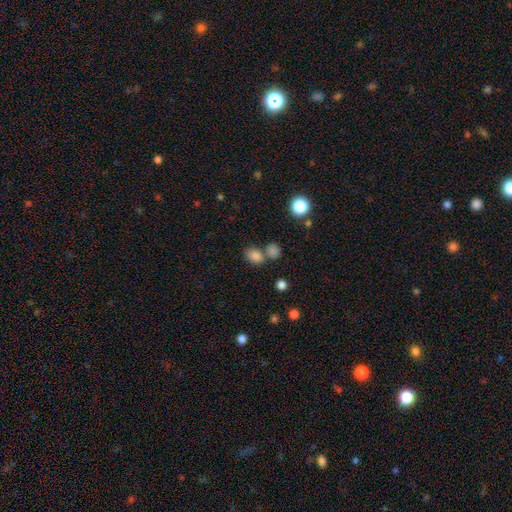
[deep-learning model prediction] A smooth galaxy with no disk features (82%) that is in between round and cigar-shaped (64%).

Vote fractions:
- Smooth or featured? smooth: 82% / star or artifact: 13% / featured or disk: 5%
- How rounded? in between: 64% / round: 35% / cigar-shaped: 1%
- Merging? none: 53% / merger: 31% / minor disturbance: 11% / major disturbance: 5%